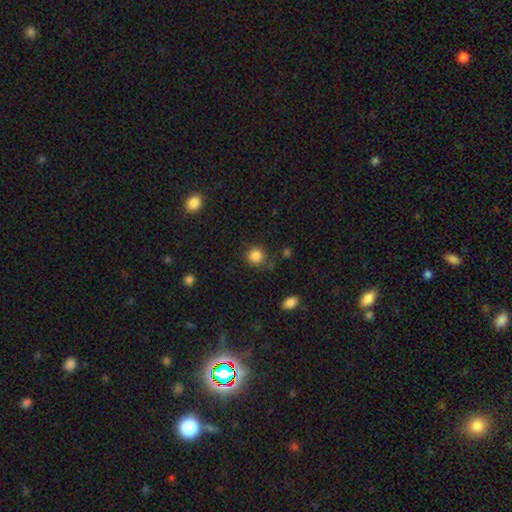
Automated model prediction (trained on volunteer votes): Overall: smooth (85%). How rounded: round (92%). Merging: none (82%).